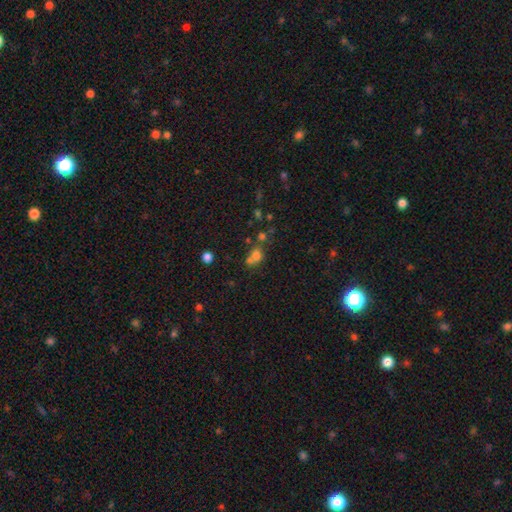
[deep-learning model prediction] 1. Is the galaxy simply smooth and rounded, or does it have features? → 68% smooth, 19% star or artifact, 13% featured or disk.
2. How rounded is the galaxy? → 69% round, 29% in between, 1% cigar-shaped.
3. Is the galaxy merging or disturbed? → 46% merger, 38% none, 10% minor disturbance, 6% major disturbance.